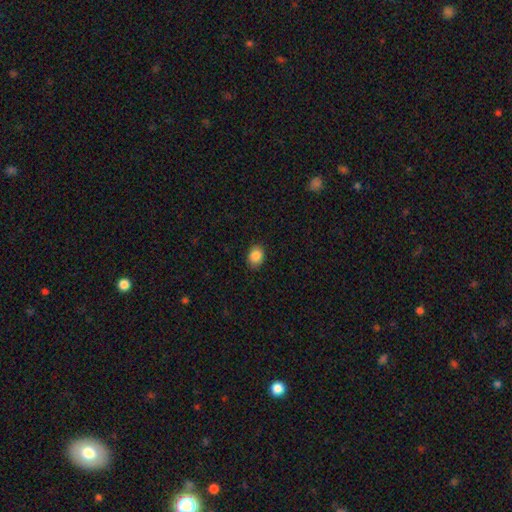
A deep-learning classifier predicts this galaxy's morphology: A smooth galaxy with no disk features (87%) that is in between round and cigar-shaped (62%).

Vote fractions:
- Smooth or featured? smooth: 87% / star or artifact: 8% / featured or disk: 4%
- How rounded? in between: 62% / round: 37% / cigar-shaped: 1%
- Merging? none: 88% / minor disturbance: 9% / major disturbance: 2% / merger: 1%